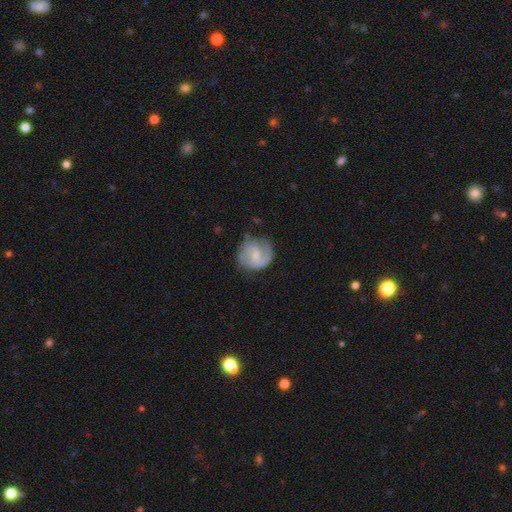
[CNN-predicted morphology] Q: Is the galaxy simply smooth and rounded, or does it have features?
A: featured or disk — 77%.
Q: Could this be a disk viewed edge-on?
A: no — 98%.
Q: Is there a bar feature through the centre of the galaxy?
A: weak — 58%.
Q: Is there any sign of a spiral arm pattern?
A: yes — 94%.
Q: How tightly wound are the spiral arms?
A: medium — 52%.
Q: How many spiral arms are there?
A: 2 — 84%.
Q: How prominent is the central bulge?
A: small — 54%.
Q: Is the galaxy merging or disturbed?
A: none — 73%.